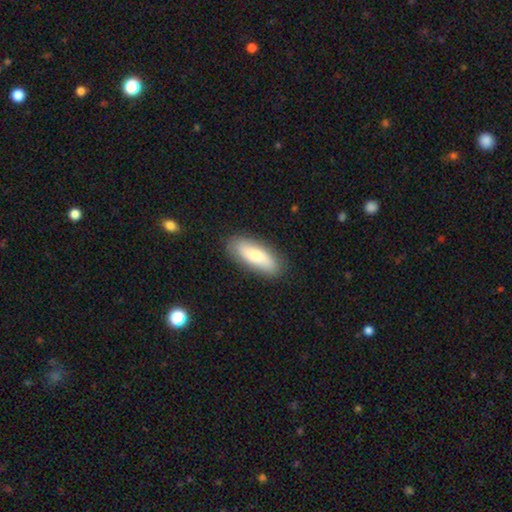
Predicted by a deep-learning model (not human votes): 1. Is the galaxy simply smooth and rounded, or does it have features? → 75% smooth, 19% featured or disk, 6% star or artifact.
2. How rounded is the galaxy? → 68% in between, 30% cigar-shaped, 2% round.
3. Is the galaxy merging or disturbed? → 85% none, 11% minor disturbance, 2% major disturbance, 1% merger.